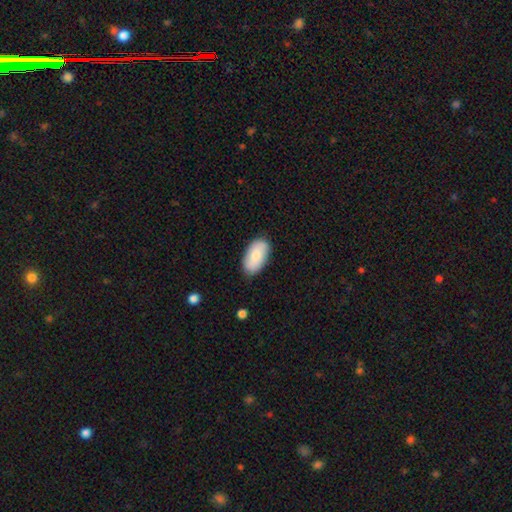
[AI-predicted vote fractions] A smooth galaxy with no disk features (80%) that is in between round and cigar-shaped (95%). Merging: none (84%).